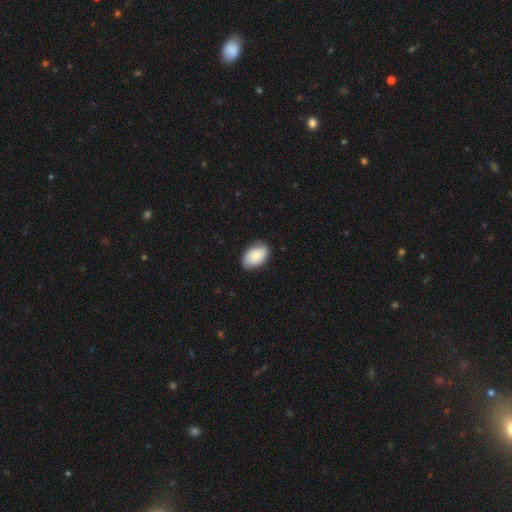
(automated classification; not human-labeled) smooth-or-featured: smooth: 80% | featured or disk: 14% | star or artifact: 6%
  how-rounded: in between: 89% | round: 10% | cigar-shaped: 1%
  merging: none: 80% | minor disturbance: 16% | major disturbance: 3% | merger: 1%